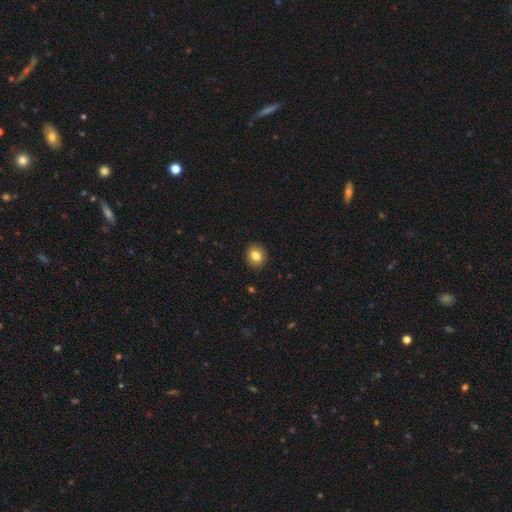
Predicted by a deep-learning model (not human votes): The model was most divided on "how rounded": round: 72%, in between: 27%, cigar-shaped: 1%. More confident: merging — none (91%); smooth or featured — smooth (83%).